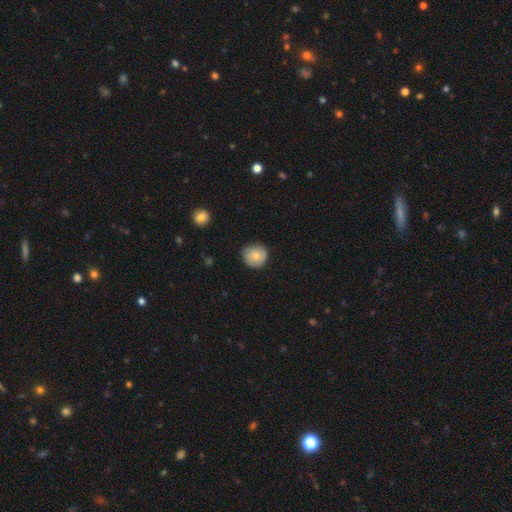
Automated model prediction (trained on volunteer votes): smooth 76%, featured or disk 17%, star or artifact 7%. Down the decision tree: how rounded — round (92%); merging — none (80%).